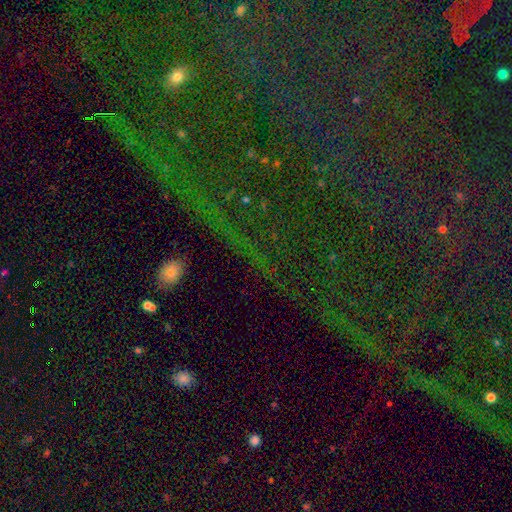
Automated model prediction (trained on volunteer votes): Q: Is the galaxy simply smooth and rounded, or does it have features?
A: star or artifact — 75%.